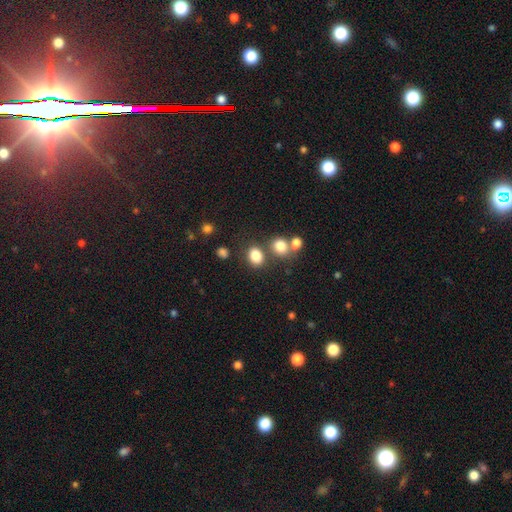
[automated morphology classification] Overall: smooth (81%). How rounded: round (52%; in between 47%). Merging: none (65%).